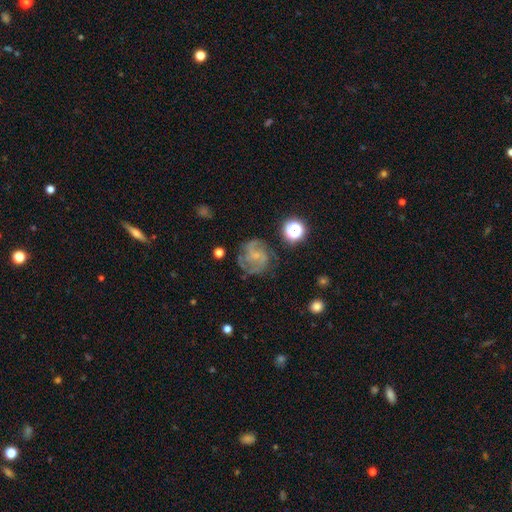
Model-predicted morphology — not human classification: Smooth or featured?
  - featured or disk: 77% *
  - smooth: 13%
  - star or artifact: 10%
Edge-on disk?
  - no: 98% *
  - yes: 2%
Bar?
  - no: 55% *
  - weak: 37%
  - strong: 7%
Spiral arms?
  - yes: 94% *
  - no: 6%
Spiral winding?
  - medium: 50% *
  - tight: 34%
  - loose: 16%
Spiral arm count?
  - 2: 35% *
  - 3: 30%
  - can't tell: 19%
  - 4: 7%
  - 1: 5%
  - more than 4: 5%
Bulge size?
  - small: 63% *
  - none: 20%
  - moderate: 15%
  - large: 1%
  - dominant: 1%
Merging?
  - none: 68% *
  - minor disturbance: 18%
  - major disturbance: 12%
  - merger: 2%